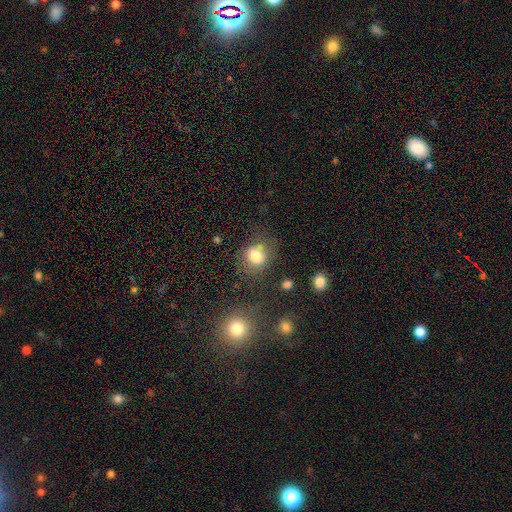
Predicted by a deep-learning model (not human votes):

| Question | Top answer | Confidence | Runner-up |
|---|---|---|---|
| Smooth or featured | smooth | 75% | featured or disk (13%) |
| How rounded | round | 64% | in between (35%) |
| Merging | none | 61% | minor disturbance (19%) |